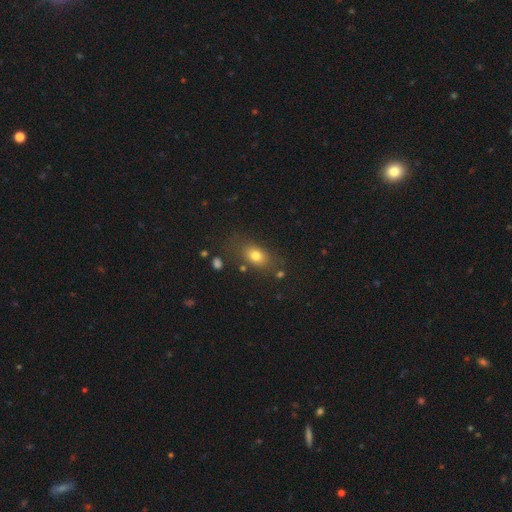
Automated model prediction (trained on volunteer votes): Overall: smooth (76%). How rounded: in between (74%). Merging: none (73%).